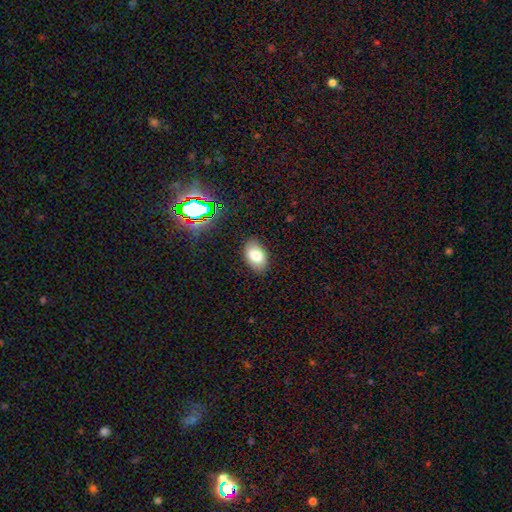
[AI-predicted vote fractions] smooth-or-featured: smooth: 79% | featured or disk: 11% | star or artifact: 10%
  how-rounded: in between: 90% | round: 9% | cigar-shaped: 1%
  merging: none: 86% | minor disturbance: 10% | major disturbance: 3% | merger: 1%